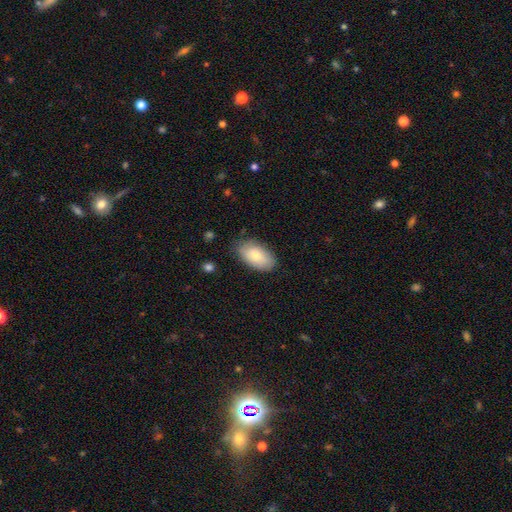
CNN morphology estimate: This is likely a smooth galaxy (77%). How rounded: clearly in between (94%). Merging: likely none (79%).